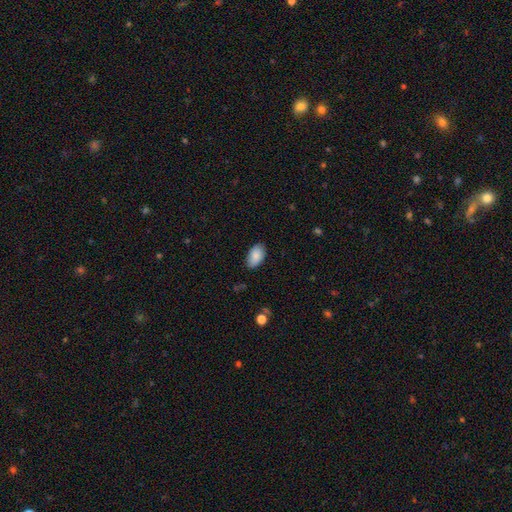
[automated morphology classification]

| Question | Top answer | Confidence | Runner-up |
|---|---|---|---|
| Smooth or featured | smooth | 88% | star or artifact (7%) |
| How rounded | in between | 94% | round (4%) |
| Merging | none | 85% | minor disturbance (12%) |